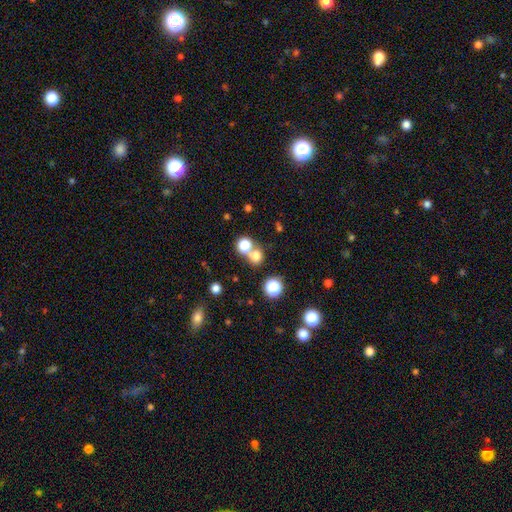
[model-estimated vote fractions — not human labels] smooth_or_featured: smooth (p=0.72) [alt: star or artifact p=0.18]
how_rounded: round (p=0.79) [alt: in between p=0.20]
merging: none (p=0.48) [alt: merger p=0.41]